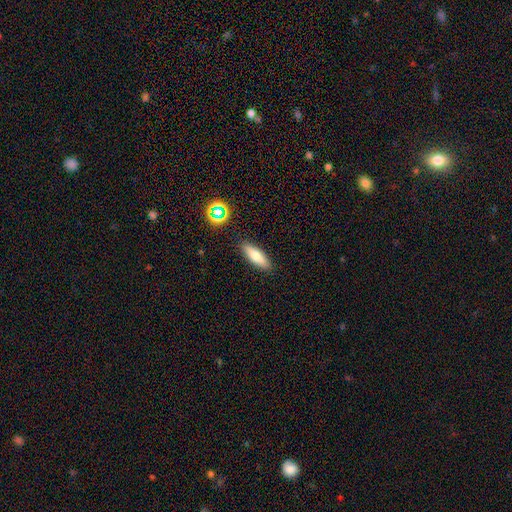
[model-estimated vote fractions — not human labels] Overall: smooth (74%). How rounded: in between (54%; cigar-shaped 44%). Merging: none (88%).